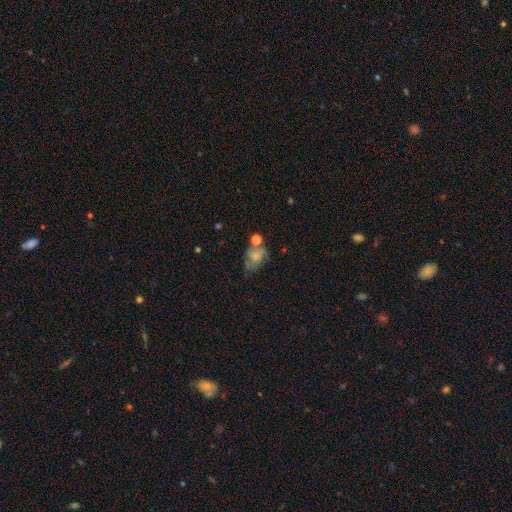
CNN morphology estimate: smooth_or_featured: smooth (p=0.57) [alt: featured or disk p=0.31]
how_rounded: in between (p=0.74) [alt: round p=0.25]
merging: none (p=0.33) [alt: minor disturbance p=0.25]